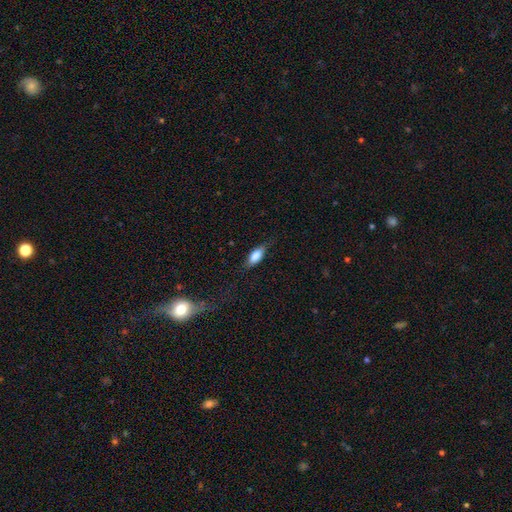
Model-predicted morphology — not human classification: A smooth galaxy with no disk features (76%) that is in between round and cigar-shaped (78%).

Vote fractions:
- Smooth or featured? smooth: 76% / featured or disk: 17% / star or artifact: 7%
- How rounded? in between: 78% / cigar-shaped: 19% / round: 3%
- Merging? none: 76% / minor disturbance: 17% / major disturbance: 6% / merger: 1%